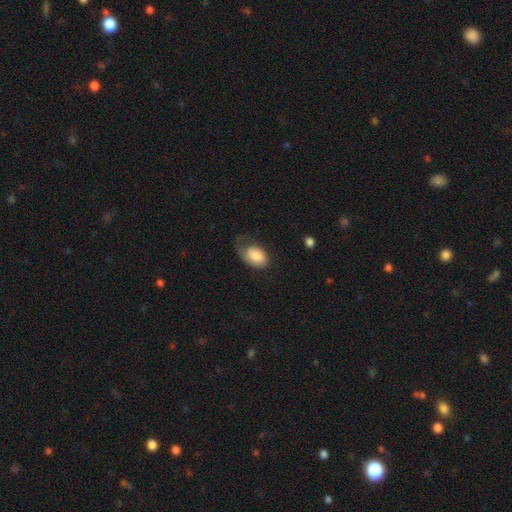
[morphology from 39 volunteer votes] Smooth or featured?
  - smooth: 72% *
  - featured or disk: 18%
  - star or artifact: 10%
How rounded?
  - in between: 86% *
  - round: 14%
  - cigar-shaped: 0%
Merging?
  - major disturbance: 43% *
  - none: 31%
  - minor disturbance: 26%
  - merger: 0%